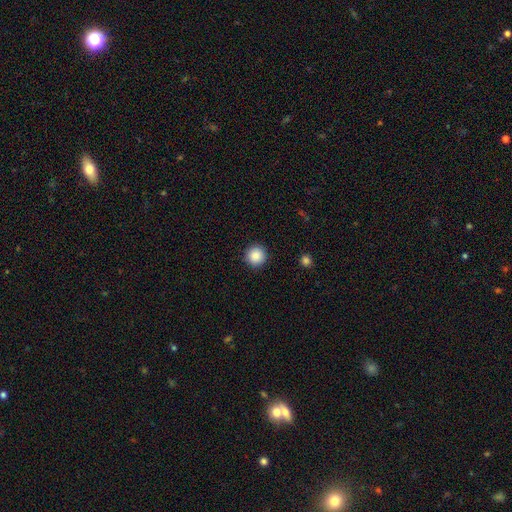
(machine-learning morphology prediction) A smooth galaxy with no disk features (88%) that is round (96%).

Vote fractions:
- Smooth or featured? smooth: 88% / star or artifact: 9% / featured or disk: 3%
- How rounded? round: 96% / in between: 3% / cigar-shaped: 1%
- Merging? none: 93% / minor disturbance: 5% / major disturbance: 2% / merger: 1%